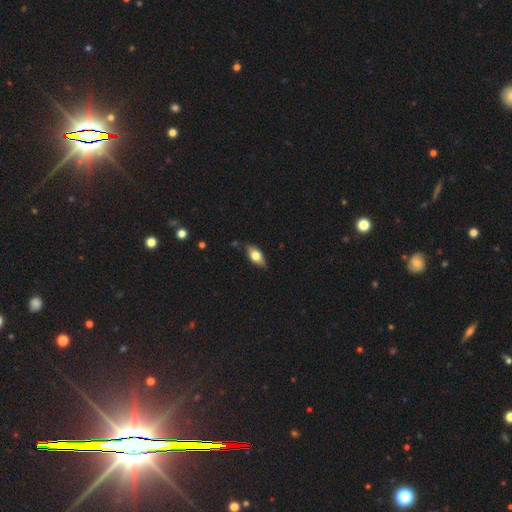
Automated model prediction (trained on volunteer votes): Smooth or featured?
  - smooth: 61% *
  - featured or disk: 32%
  - star or artifact: 7%
How rounded?
  - in between: 82% *
  - cigar-shaped: 12%
  - round: 6%
Merging?
  - none: 79% *
  - minor disturbance: 16%
  - major disturbance: 3%
  - merger: 2%